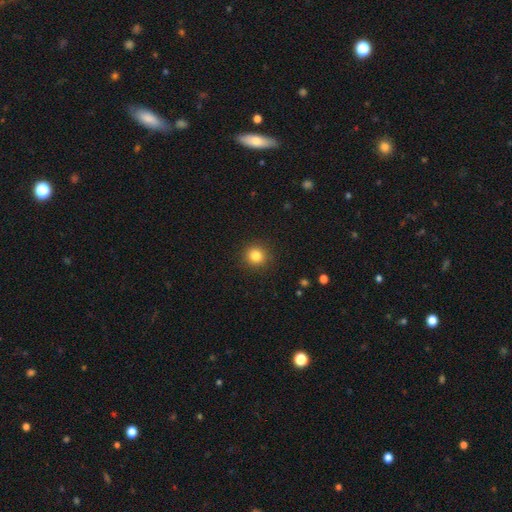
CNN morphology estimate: This is clearly a smooth galaxy (83%). How rounded: clearly round (92%). Merging: clearly none (91%).